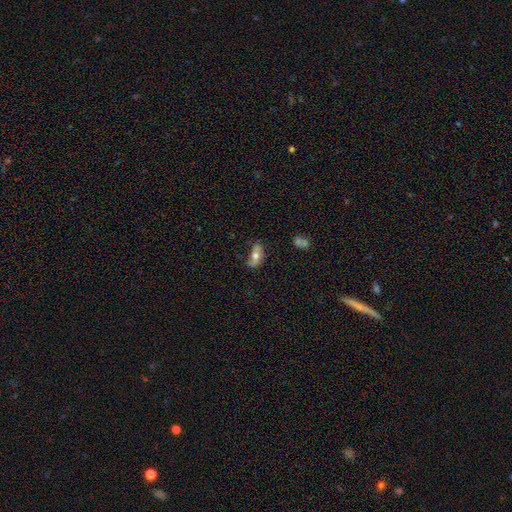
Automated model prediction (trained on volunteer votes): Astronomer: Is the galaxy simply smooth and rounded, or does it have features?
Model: smooth — 52% (runner-up: featured or disk, 40%).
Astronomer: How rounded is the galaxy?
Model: in between — 89%.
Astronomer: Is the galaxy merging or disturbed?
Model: none — 52% (runner-up: minor disturbance, 31%).